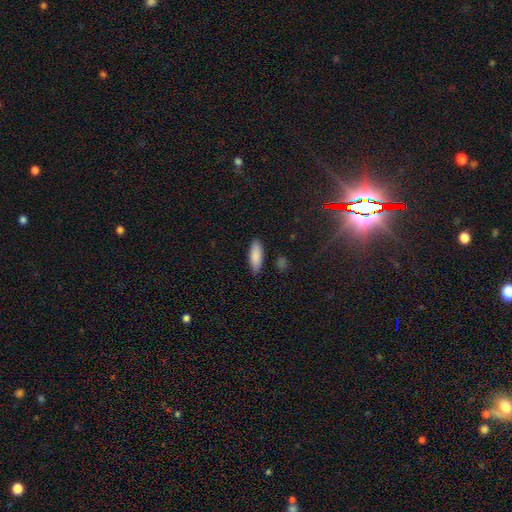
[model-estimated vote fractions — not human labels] Morphology: type=smooth (87%); roundness=in between (61%); merging=none (86%).